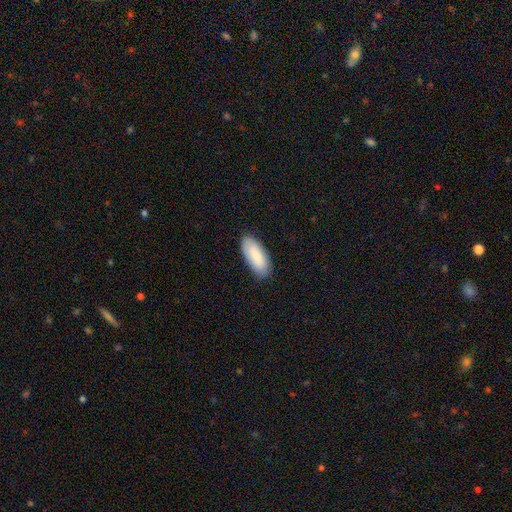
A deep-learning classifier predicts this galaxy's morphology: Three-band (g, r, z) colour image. It shows a smooth galaxy with no disk features (87%) that is in between round and cigar-shaped (86%). Merging: none (84%).